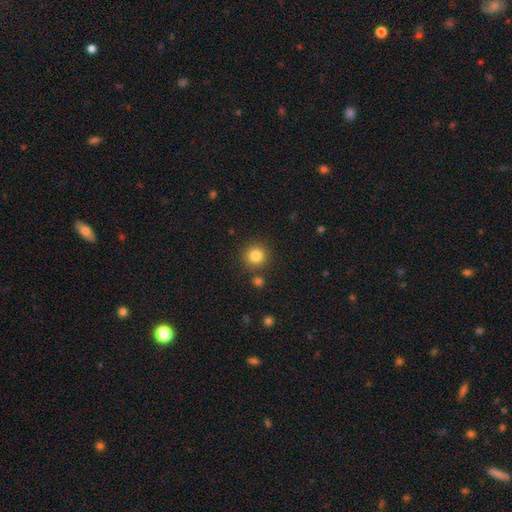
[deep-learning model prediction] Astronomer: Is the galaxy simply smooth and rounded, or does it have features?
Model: smooth — 83%.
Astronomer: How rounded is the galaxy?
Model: round — 94%.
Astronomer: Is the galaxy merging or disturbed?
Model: none — 85%.